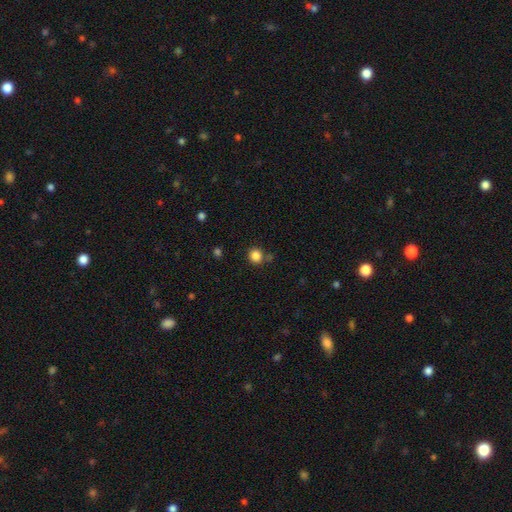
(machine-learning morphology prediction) smooth_or_featured: smooth (p=0.85) [alt: star or artifact p=0.12]
how_rounded: round (p=0.89) [alt: in between p=0.10]
merging: none (p=0.78) [alt: minor disturbance p=0.11]